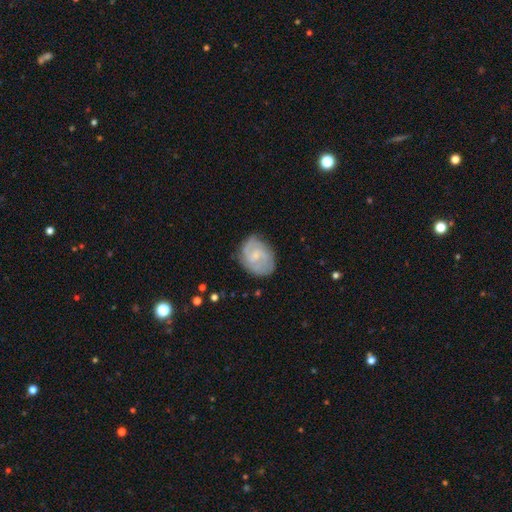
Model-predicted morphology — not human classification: Q: Smooth or featured?
A: featured or disk (73%); runner-up: smooth (21%)
Q: Edge-on disk?
A: no (98%); runner-up: yes (2%)
Q: Bar?
A: weak (52%); runner-up: no (41%)
Q: Spiral arms?
A: yes (93%); runner-up: no (7%)
Q: Spiral winding?
A: tight (45%); runner-up: medium (42%)
Q: Spiral arm count?
A: 2 (62%); runner-up: can't tell (18%)
Q: Bulge size?
A: small (58%); runner-up: moderate (21%)
Q: Merging?
A: none (74%); runner-up: minor disturbance (19%)